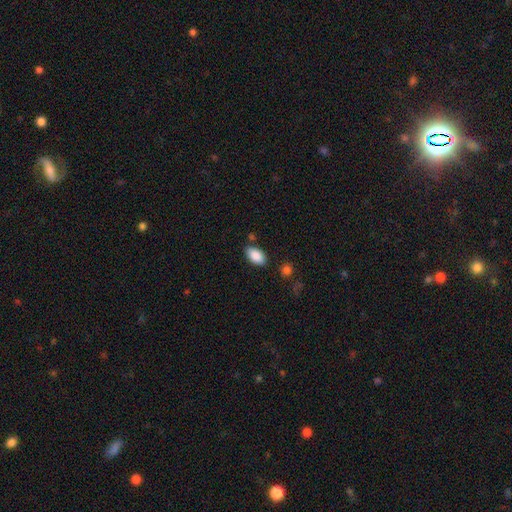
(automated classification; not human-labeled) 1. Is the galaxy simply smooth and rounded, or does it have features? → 88% smooth, 7% star or artifact, 5% featured or disk.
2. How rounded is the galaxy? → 94% in between, 4% round, 2% cigar-shaped.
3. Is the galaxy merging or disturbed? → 81% none, 12% minor disturbance, 4% merger, 3% major disturbance.